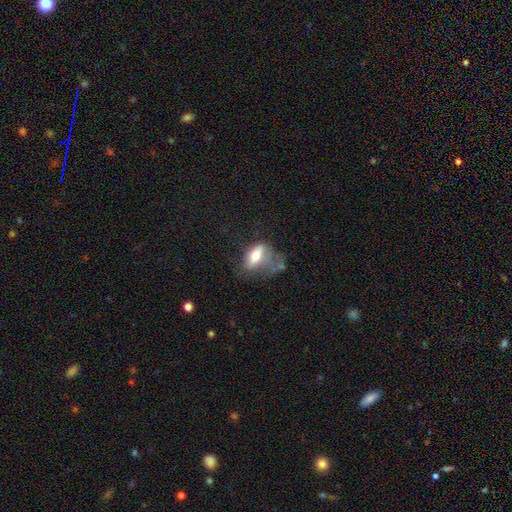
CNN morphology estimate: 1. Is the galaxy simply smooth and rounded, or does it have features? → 65% smooth, 26% featured or disk, 9% star or artifact.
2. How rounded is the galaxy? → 85% in between, 9% cigar-shaped, 6% round.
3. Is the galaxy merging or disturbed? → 45% major disturbance, 23% minor disturbance, 22% none, 9% merger.